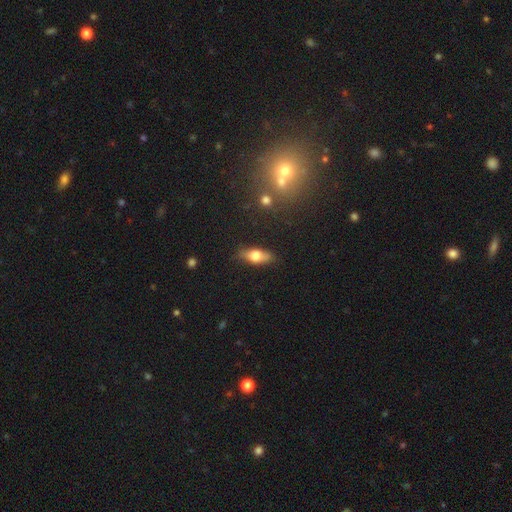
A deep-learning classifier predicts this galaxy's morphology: smooth 64%, featured or disk 29%, star or artifact 7%. Down the decision tree: how rounded — in between (71%); merging — none (83%).